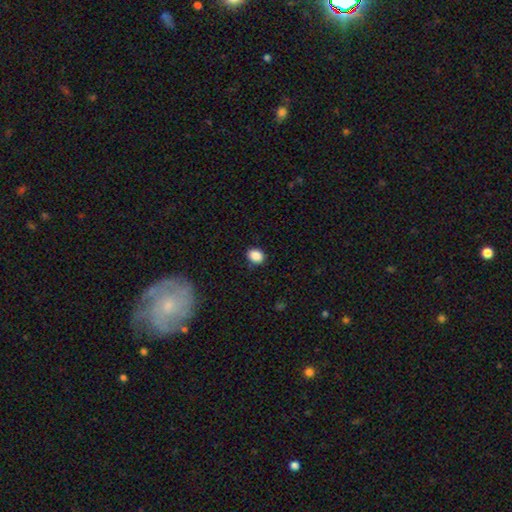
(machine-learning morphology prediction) Smooth or featured? Predicted: smooth (p=0.88). How rounded? Predicted: in between (p=0.54). Merging? Predicted: none (p=0.86).